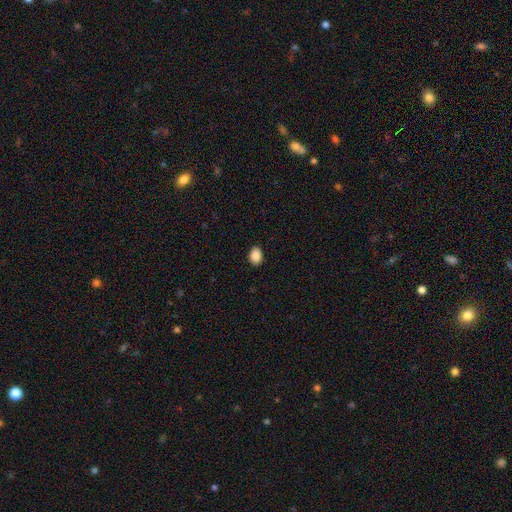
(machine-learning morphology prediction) A smooth galaxy with no disk features (89%) that is in between round and cigar-shaped (76%).

Vote fractions:
- Smooth or featured? smooth: 89% / star or artifact: 8% / featured or disk: 3%
- How rounded? in between: 76% / round: 23% / cigar-shaped: 1%
- Merging? none: 89% / minor disturbance: 8% / major disturbance: 2% / merger: 1%